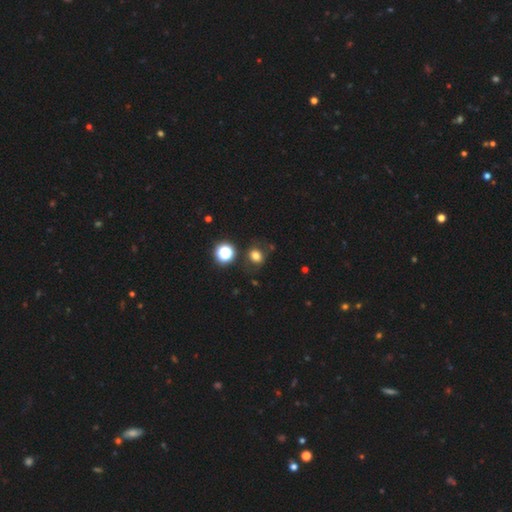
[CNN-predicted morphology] Overall: smooth (72%). How rounded: round (64%; in between 35%). Merging: none (73%).